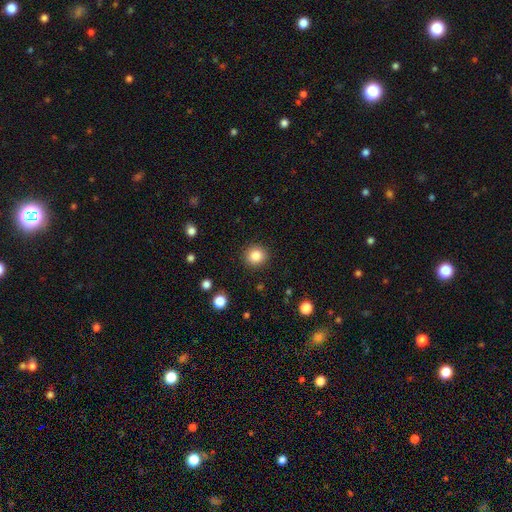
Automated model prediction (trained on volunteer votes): Overall: smooth (85%). How rounded: round (90%). Merging: none (91%).